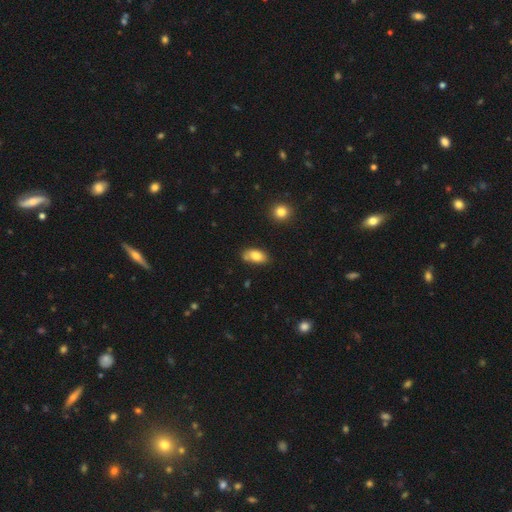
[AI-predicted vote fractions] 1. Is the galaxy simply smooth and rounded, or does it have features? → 80% smooth, 12% featured or disk, 8% star or artifact.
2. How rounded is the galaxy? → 91% in between, 5% round, 4% cigar-shaped.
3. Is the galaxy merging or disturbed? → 67% none, 21% minor disturbance, 8% merger, 4% major disturbance.